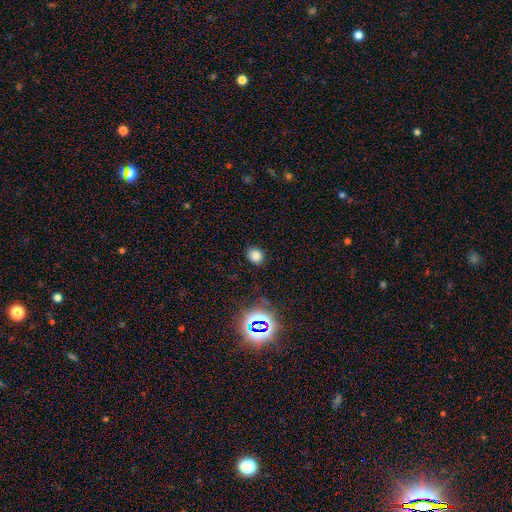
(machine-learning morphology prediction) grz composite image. It shows a smooth galaxy with no disk features (77%) that is round (55%). Merging: none (86%).